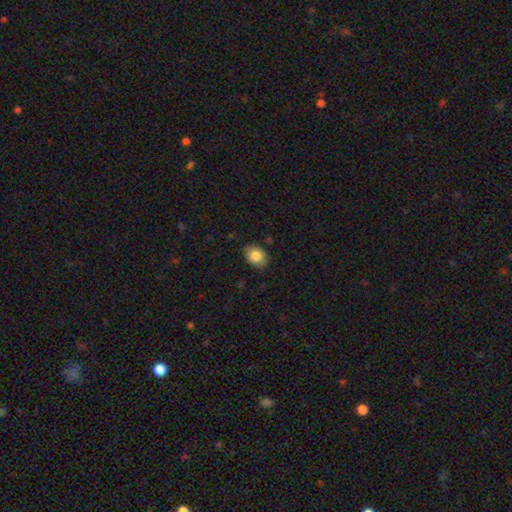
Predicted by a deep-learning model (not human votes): Overall: smooth (84%). How rounded: in between (72%). Merging: none (84%).